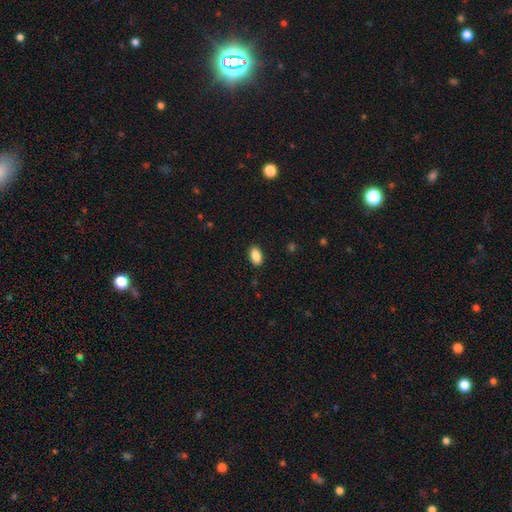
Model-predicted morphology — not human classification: Overall: smooth (88%). How rounded: in between (92%). Merging: none (89%).